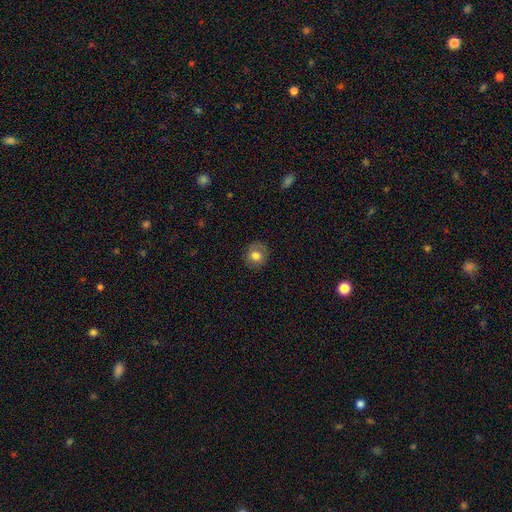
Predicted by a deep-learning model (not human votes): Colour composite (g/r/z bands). It shows a smooth galaxy with no disk features (77%) that is round (87%). Merging: none (83%).